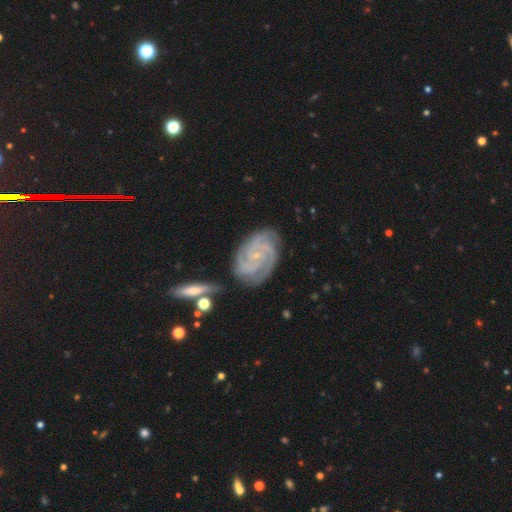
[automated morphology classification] The model was most divided on "spiral arm count": 3: 34%, 4: 23%, 2: 17%, can't tell: 14%, more than 4: 7%, 1: 6%. More confident: spiral arms — yes (98%); edge-on disk — no (97%); smooth or featured — featured or disk (88%); bulge size — small (83%); merging — none (76%); spiral winding — tight (67%); bar — no (66%).